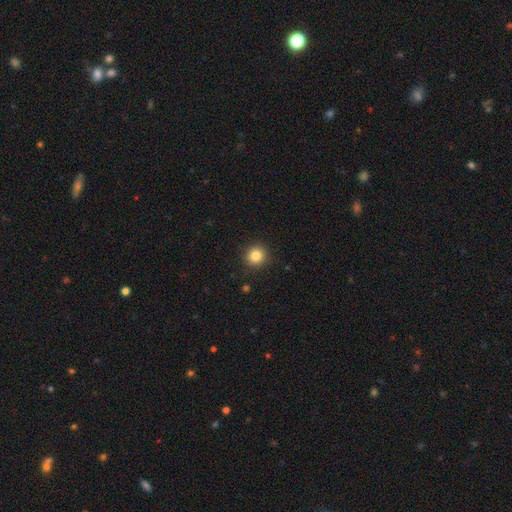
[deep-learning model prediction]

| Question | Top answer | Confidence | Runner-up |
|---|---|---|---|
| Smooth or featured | smooth | 83% | star or artifact (11%) |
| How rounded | round | 94% | in between (5%) |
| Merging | none | 91% | minor disturbance (6%) |